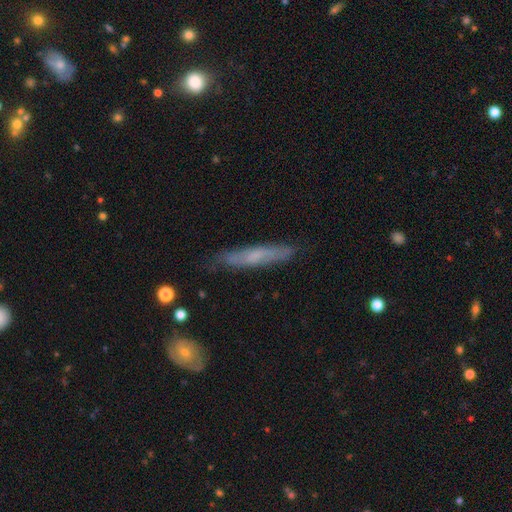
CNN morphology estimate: Overall: smooth (53%; featured or disk 40%). How rounded: cigar-shaped (89%). Merging: none (80%).